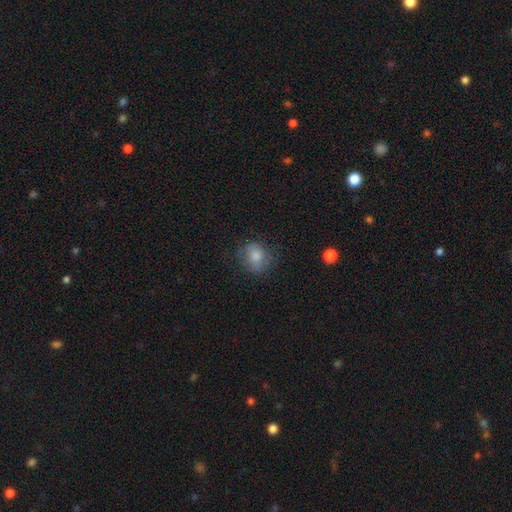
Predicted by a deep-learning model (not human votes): Overall: smooth (73%). How rounded: round (67%; in between 32%). Merging: none (70%).